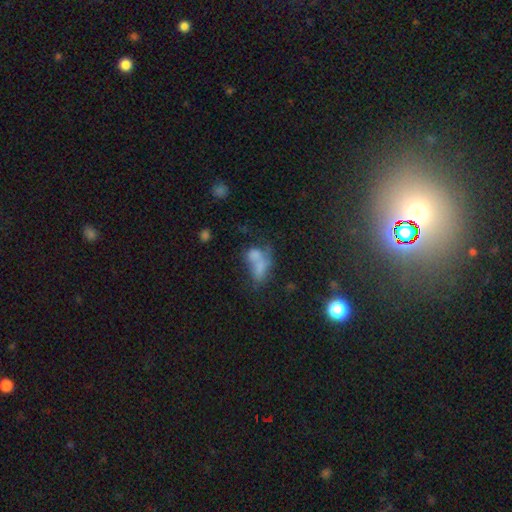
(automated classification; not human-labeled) The model was most divided on "smooth or featured": star or artifact: 51%, smooth: 32%, featured or disk: 17%.